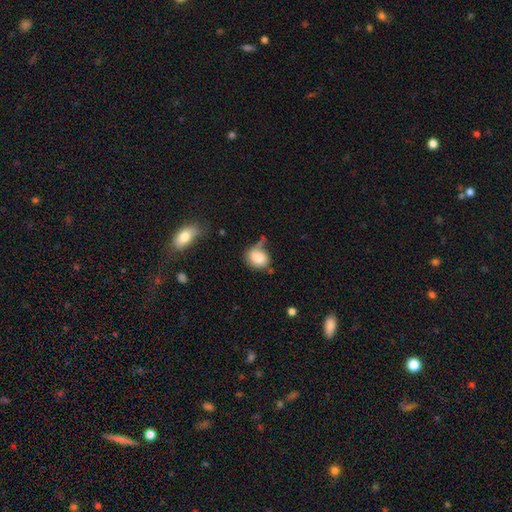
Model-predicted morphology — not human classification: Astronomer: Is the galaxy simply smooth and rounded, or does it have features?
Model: smooth — 80%.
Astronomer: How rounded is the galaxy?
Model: in between — 51% (runner-up: round, 48%).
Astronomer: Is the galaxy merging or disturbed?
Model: none — 44% (runner-up: minor disturbance, 26%).